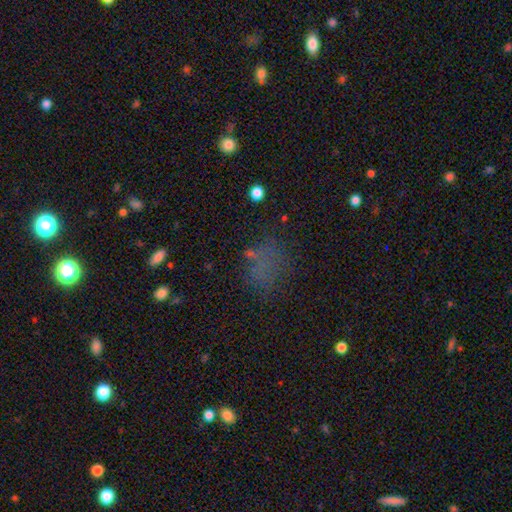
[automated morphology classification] A smooth galaxy with no disk features (54%) that is in between round and cigar-shaped (55%). Merging: none (61%).